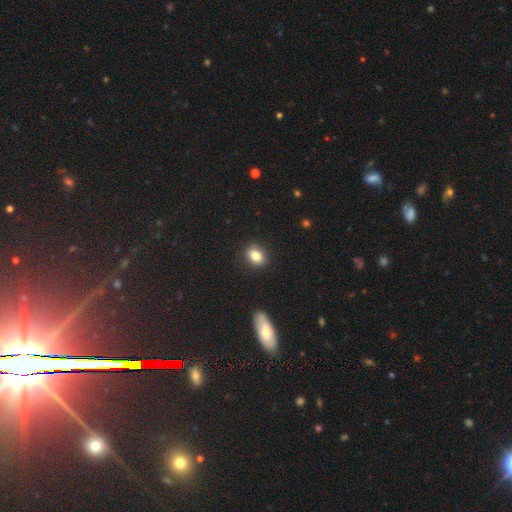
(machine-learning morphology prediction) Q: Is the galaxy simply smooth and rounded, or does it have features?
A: smooth — 82%.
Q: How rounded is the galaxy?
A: in between — 58%.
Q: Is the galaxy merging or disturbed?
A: none — 88%.